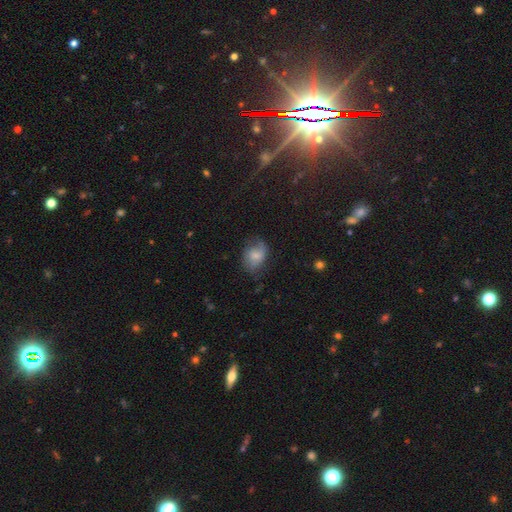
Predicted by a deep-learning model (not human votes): Smooth or featured? smooth (63%)
How rounded? in between (71%)
Merging? none (54%)